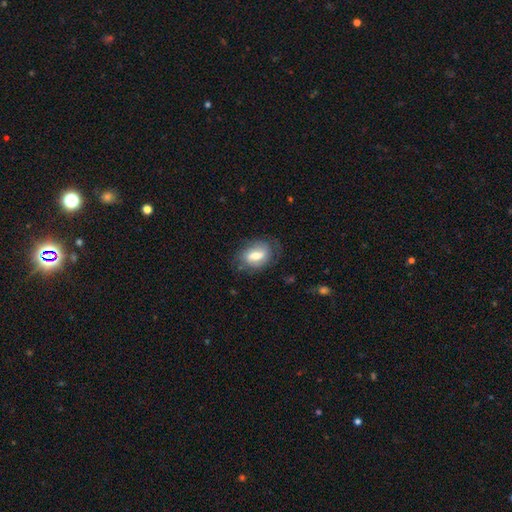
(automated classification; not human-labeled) Morphology: type=smooth (57%); roundness=in between (83%); merging=none (66%).